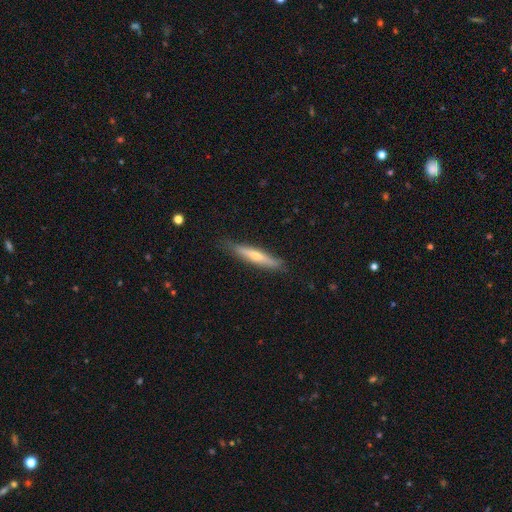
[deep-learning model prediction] featured or disk 54%, smooth 40%, star or artifact 6%. Down the decision tree: edge-on disk — yes (92%); merging — none (85%).